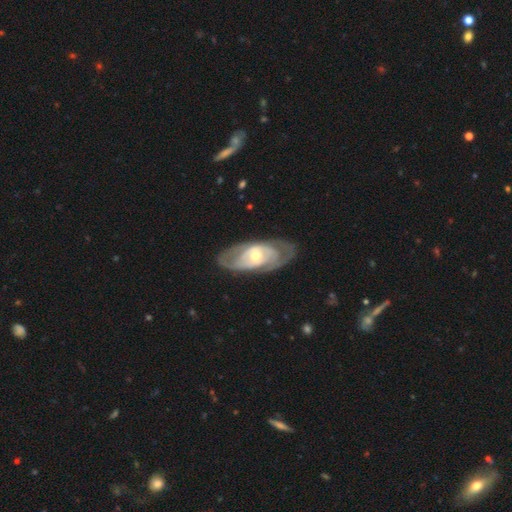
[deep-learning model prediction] This is likely a featured or disk galaxy (80%). It is clearly not viewed edge-on (91%). Bar: possibly no (60%). Spiral arm pattern: likely yes (77%). Spiral arm count: possibly 2 (46%). Spiral winding: possibly tight (60%). Central bulge: possibly moderate (59%). Merging: likely none (73%).